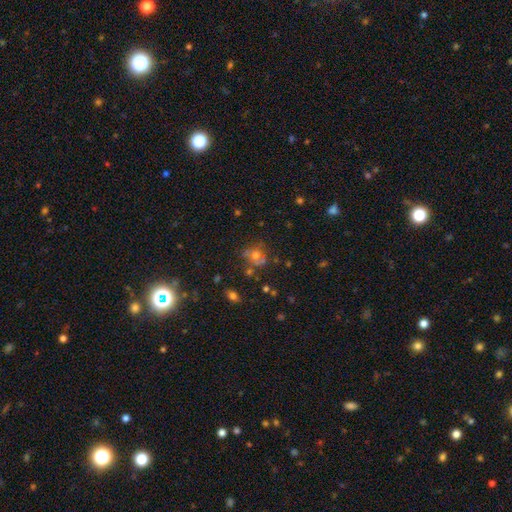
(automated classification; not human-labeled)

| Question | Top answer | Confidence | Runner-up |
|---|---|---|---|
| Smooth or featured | smooth | 49% | star or artifact (27%) |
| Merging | none | 54% | merger (19%) |